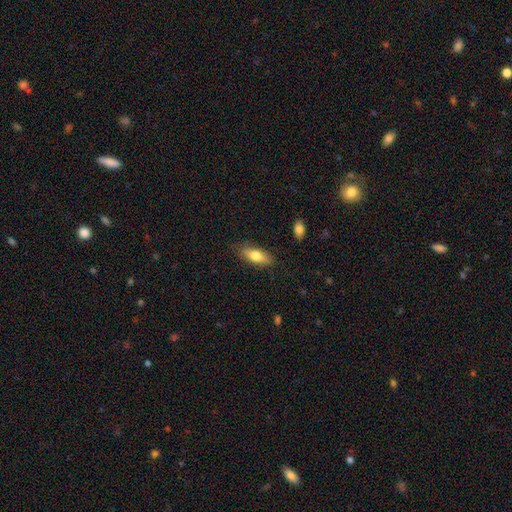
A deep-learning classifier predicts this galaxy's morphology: A smooth galaxy with no disk features (77%) that is in between round and cigar-shaped (77%). Merging: none (79%).